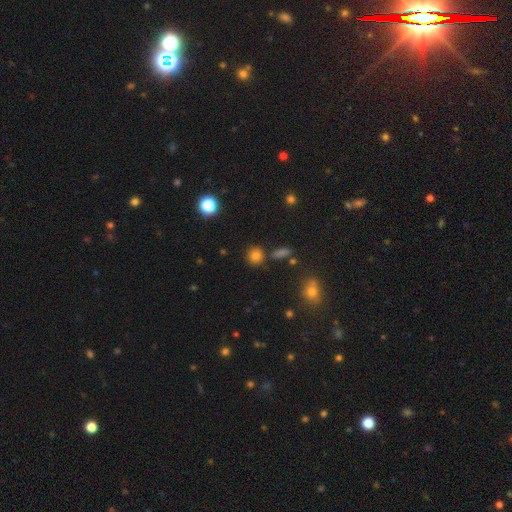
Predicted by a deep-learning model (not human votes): This is likely a smooth galaxy (78%). How rounded: clearly round (88%). Merging: clearly none (82%).